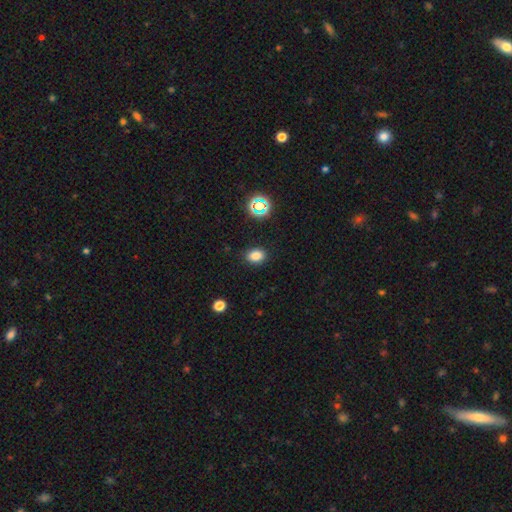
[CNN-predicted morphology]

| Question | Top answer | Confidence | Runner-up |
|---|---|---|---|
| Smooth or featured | smooth | 80% | star or artifact (15%) |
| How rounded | in between | 70% | round (29%) |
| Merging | none | 87% | minor disturbance (9%) |